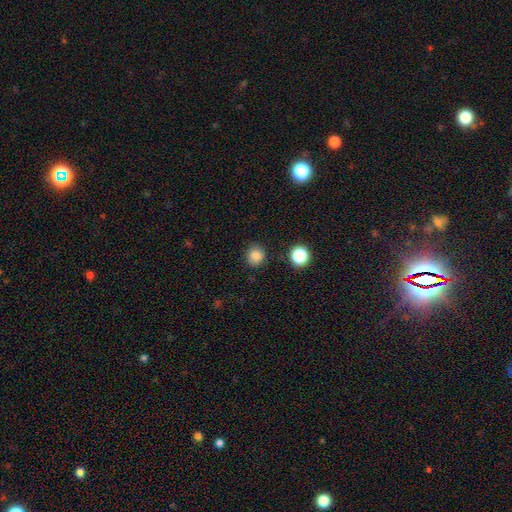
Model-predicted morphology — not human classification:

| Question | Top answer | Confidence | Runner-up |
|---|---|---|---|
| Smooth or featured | smooth | 84% | star or artifact (12%) |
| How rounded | round | 89% | in between (10%) |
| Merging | none | 87% | minor disturbance (8%) |